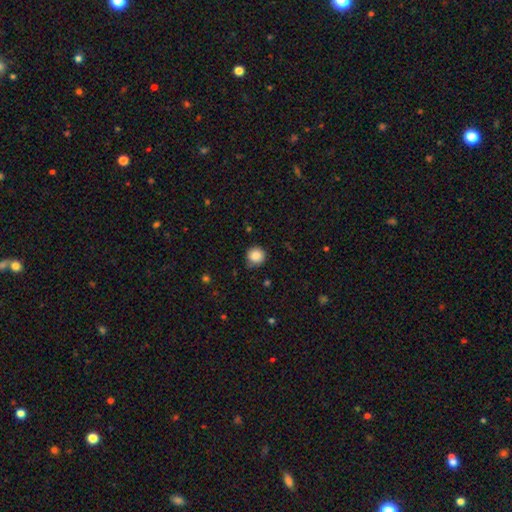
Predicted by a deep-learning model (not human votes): Overall: smooth (87%). How rounded: round (93%). Merging: none (82%).